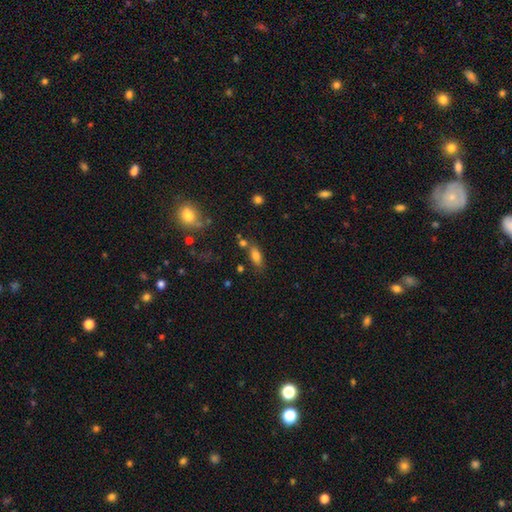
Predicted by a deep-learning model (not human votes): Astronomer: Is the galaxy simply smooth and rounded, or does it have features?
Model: smooth — 78%.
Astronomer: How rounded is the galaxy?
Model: in between — 79%.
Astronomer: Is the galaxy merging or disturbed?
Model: none — 64%.